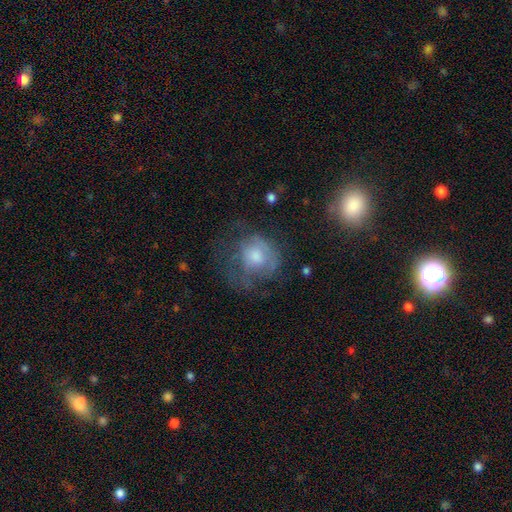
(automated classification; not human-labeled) This appears to be a smooth galaxy with no disk features (49%). Merging: none (43%).